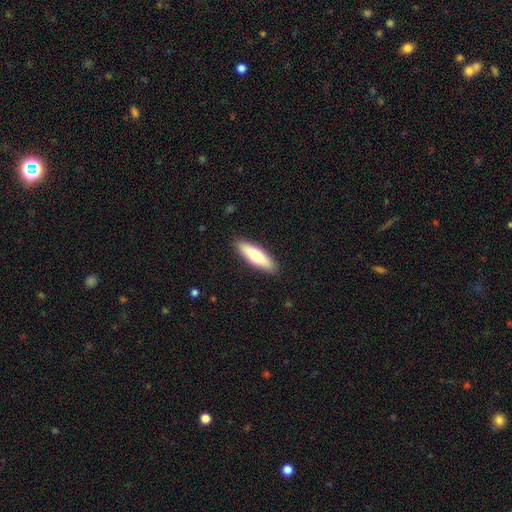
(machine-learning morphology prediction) A smooth galaxy with no disk features (67%) that is cigar-shaped (58%).

Vote fractions:
- Smooth or featured? smooth: 67% / featured or disk: 28% / star or artifact: 5%
- How rounded? cigar-shaped: 58% / in between: 40% / round: 2%
- Merging? none: 89% / minor disturbance: 8% / major disturbance: 2% / merger: 1%